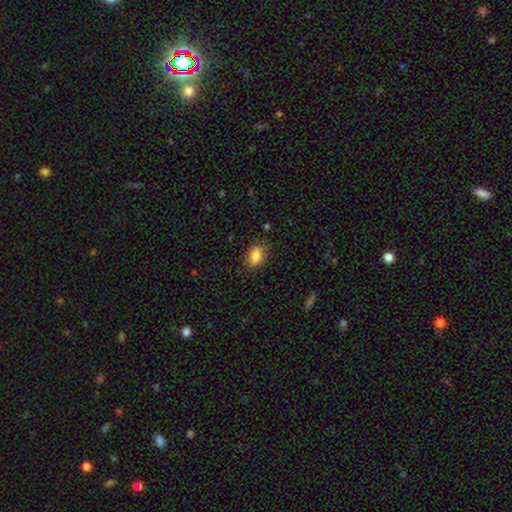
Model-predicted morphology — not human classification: Smooth or featured?
  - smooth: 85% *
  - star or artifact: 8%
  - featured or disk: 7%
How rounded?
  - in between: 85% *
  - round: 13%
  - cigar-shaped: 2%
Merging?
  - none: 78% *
  - minor disturbance: 16%
  - major disturbance: 4%
  - merger: 1%